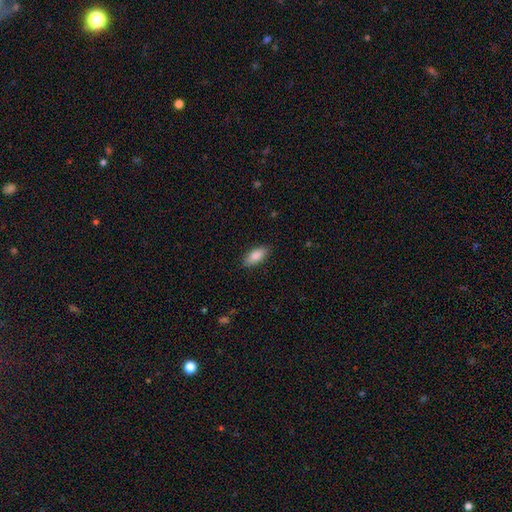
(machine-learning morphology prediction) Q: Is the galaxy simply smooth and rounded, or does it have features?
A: smooth — 88%.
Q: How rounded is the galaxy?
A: in between — 88%.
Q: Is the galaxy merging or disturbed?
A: none — 87%.